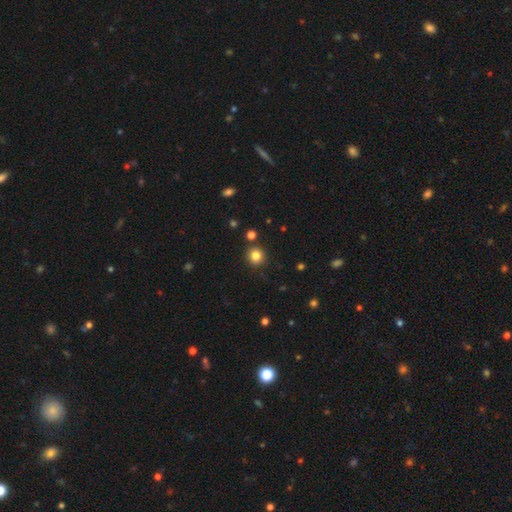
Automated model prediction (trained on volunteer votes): Smooth or featured? Predicted: smooth (p=0.83). How rounded? Predicted: round (p=0.92). Merging? Predicted: none (p=0.88).